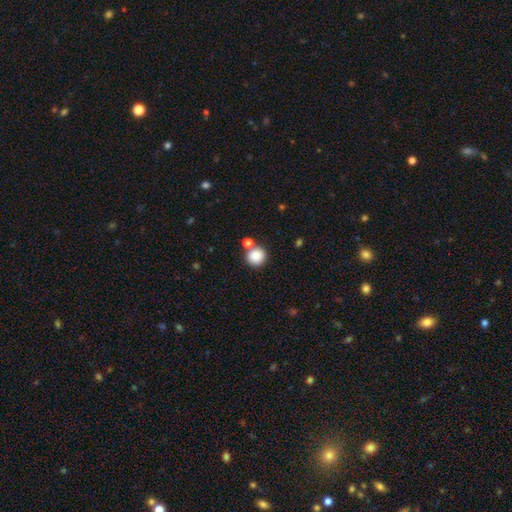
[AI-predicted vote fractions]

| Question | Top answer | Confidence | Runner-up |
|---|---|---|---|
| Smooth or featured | smooth | 86% | star or artifact (9%) |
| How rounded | round | 92% | in between (7%) |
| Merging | none | 65% | merger (24%) |